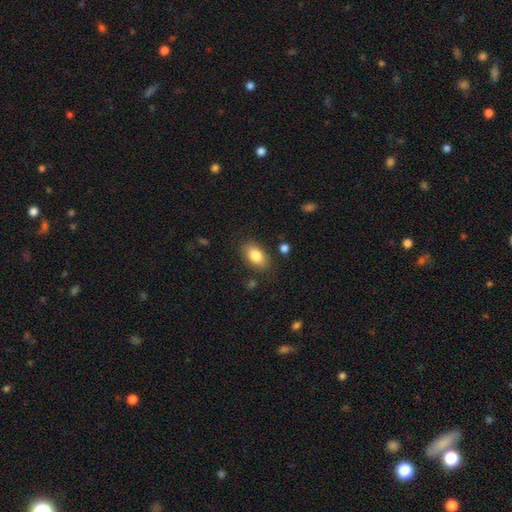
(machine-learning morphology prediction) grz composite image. It shows a smooth galaxy with no disk features (84%) that is in between round and cigar-shaped (90%). Merging: none (82%).